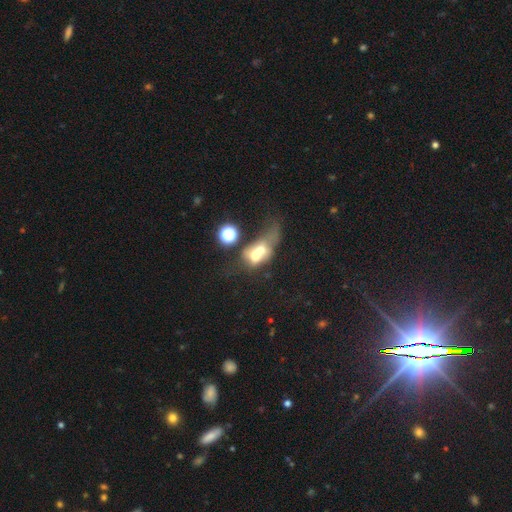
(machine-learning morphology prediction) Smooth or featured: smooth — 52% (featured or disk — 34%)
How rounded: in between — 64% (round — 30%)
Merging: merger — 63% (major disturbance — 18%)